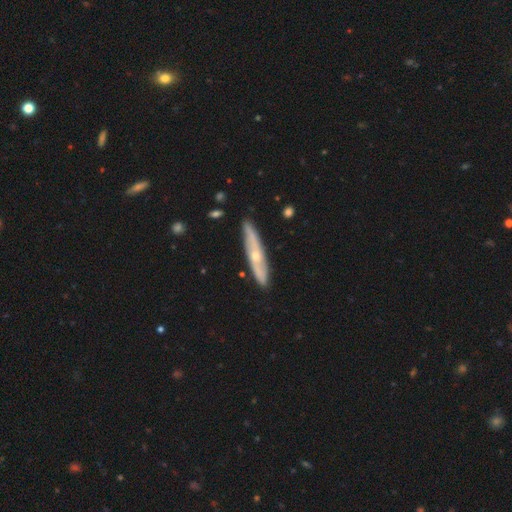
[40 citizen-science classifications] Morphology: type=featured or disk (60%); edge-on=yes (67%); edge-on bulge=rounded (75%); merging=none (81%).